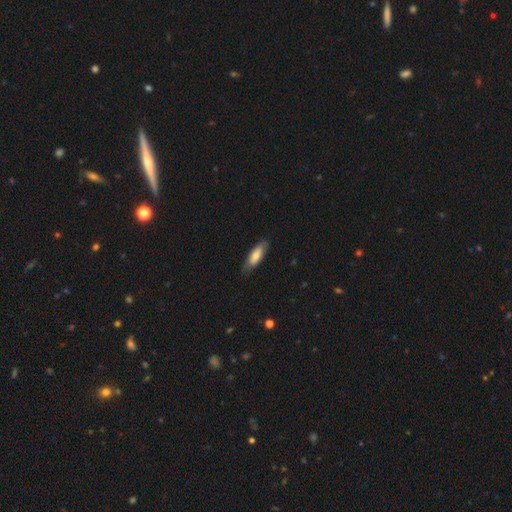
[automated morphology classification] smooth-or-featured: smooth: 73% | featured or disk: 21% | star or artifact: 6%
  how-rounded: in between: 55% | cigar-shaped: 44% | round: 2%
  merging: none: 79% | minor disturbance: 16% | major disturbance: 3% | merger: 1%